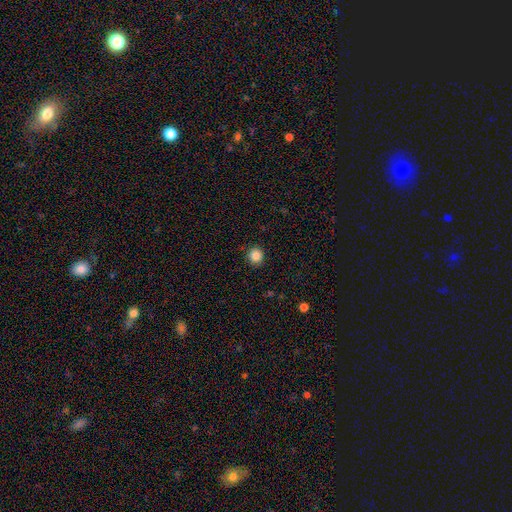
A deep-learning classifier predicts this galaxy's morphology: smooth_or_featured: smooth (p=0.85) [alt: star or artifact p=0.11]
how_rounded: round (p=0.90) [alt: in between p=0.09]
merging: none (p=0.90) [alt: minor disturbance p=0.07]